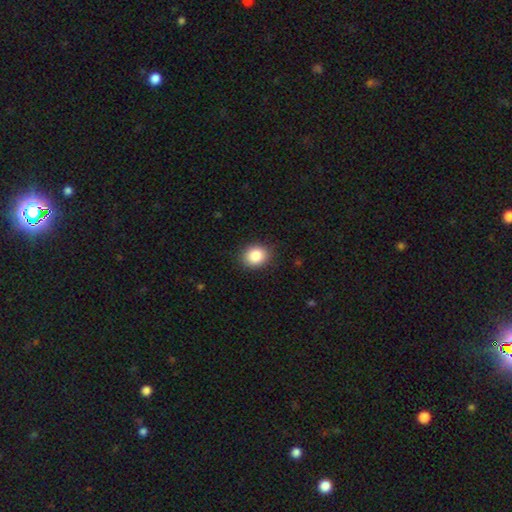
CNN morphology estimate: A smooth galaxy with no disk features (86%) that is round (67%). Merging: none (88%).